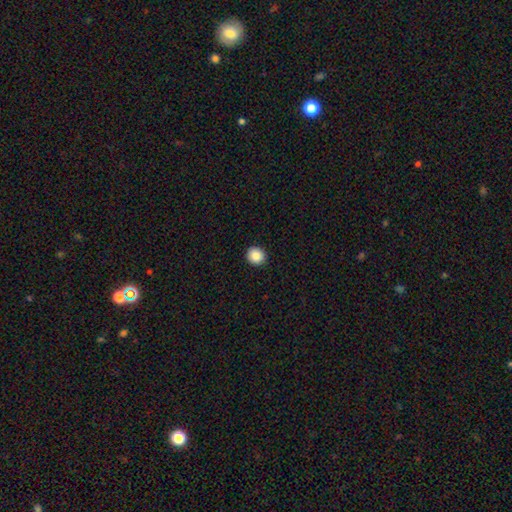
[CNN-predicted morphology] Smooth or featured? Predicted: smooth (p=0.87). How rounded? Predicted: round (p=0.88). Merging? Predicted: none (p=0.93).